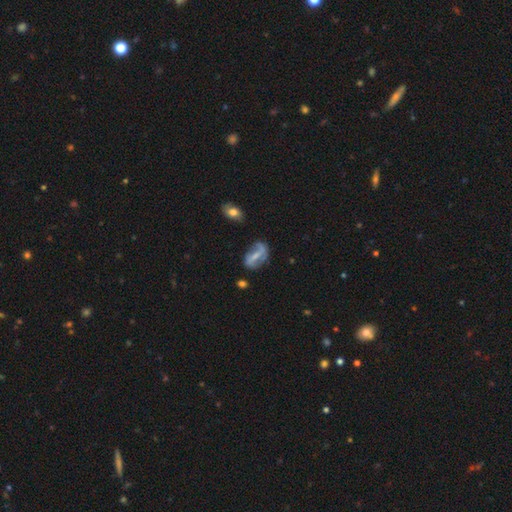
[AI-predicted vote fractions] Morphology: type=featured or disk (66%); edge-on=no (94%); bar=strong (46%); spiral arms=yes (76%); bulge=small (48%); merging=none (57%).